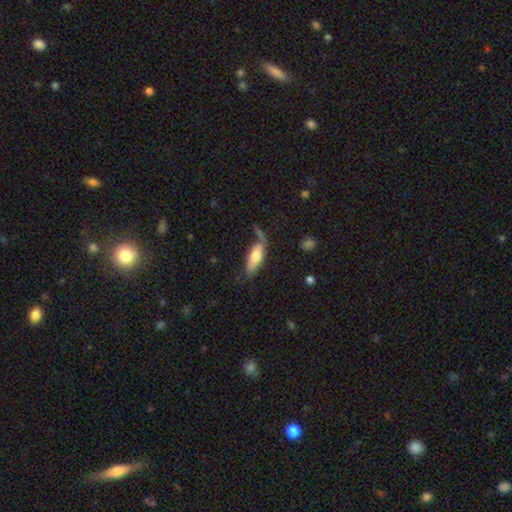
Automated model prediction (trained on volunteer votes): Q: Smooth or featured?
A: smooth (66%); runner-up: featured or disk (27%)
Q: How rounded?
A: in between (59%); runner-up: cigar-shaped (38%)
Q: Merging?
A: none (53%); runner-up: minor disturbance (24%)